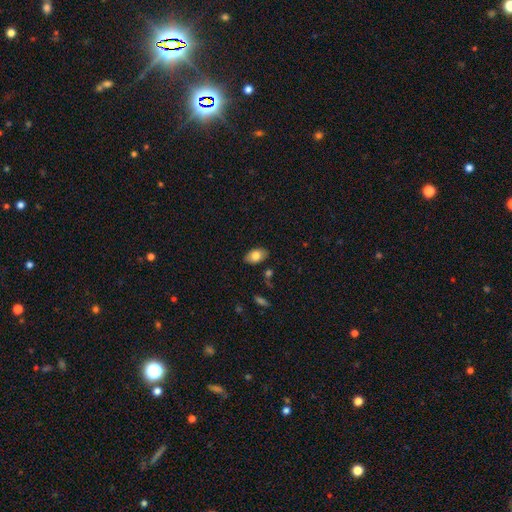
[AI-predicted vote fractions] The model was most divided on "smooth or featured": smooth: 77%, featured or disk: 15%, star or artifact: 7%. More confident: how rounded — in between (91%); merging — none (85%).